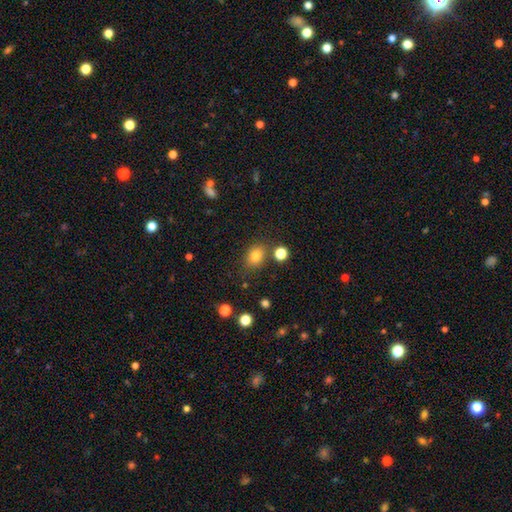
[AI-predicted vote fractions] A smooth galaxy with no disk features (79%) that is round (50%).

Vote fractions:
- Smooth or featured? smooth: 79% / star or artifact: 13% / featured or disk: 8%
- How rounded? round: 50% / in between: 49% / cigar-shaped: 1%
- Merging? none: 78% / minor disturbance: 12% / merger: 6% / major disturbance: 4%